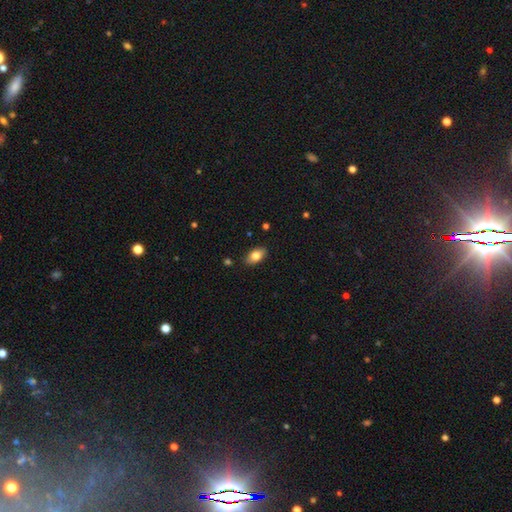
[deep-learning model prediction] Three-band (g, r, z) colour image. It shows a smooth galaxy with no disk features (81%) that is in between round and cigar-shaped (91%). Merging: none (87%).